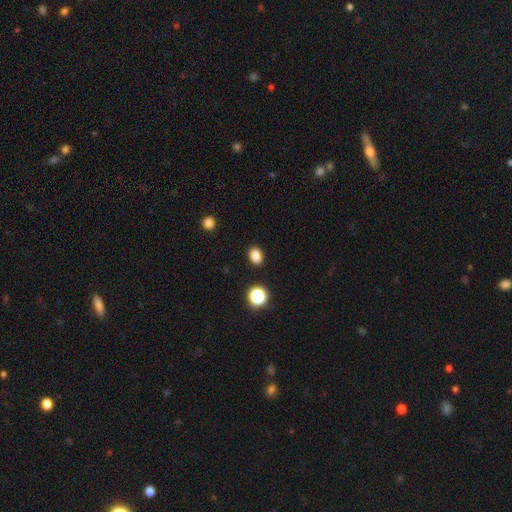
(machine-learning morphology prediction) Smooth or featured: smooth — 84% (star or artifact — 12%)
How rounded: in between — 70% (round — 29%)
Merging: none — 89% (minor disturbance — 7%)